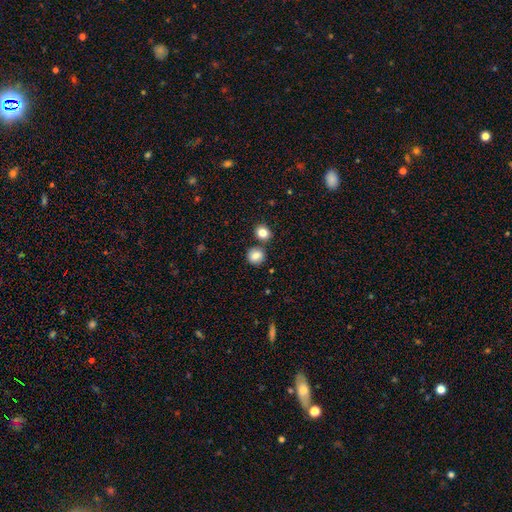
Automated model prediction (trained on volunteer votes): The model was most divided on "merging": none: 75%, merger: 13%, minor disturbance: 10%, major disturbance: 3%. More confident: smooth or featured — smooth (84%); how rounded — round (82%).